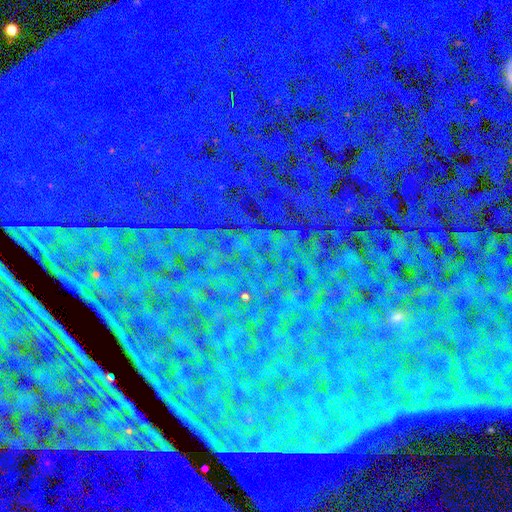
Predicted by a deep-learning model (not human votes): Smooth or featured? Predicted: star or artifact (p=0.87).